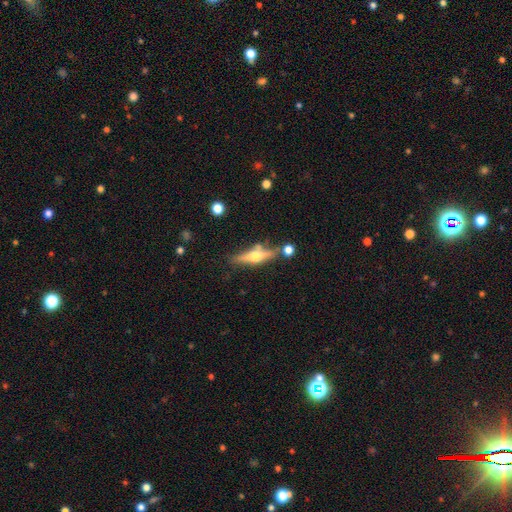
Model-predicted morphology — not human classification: featured or disk 65%, smooth 28%, star or artifact 7%. Down the decision tree: edge-on disk — yes (94%); edge-on bulge — rounded (94%); merging — none (72%).